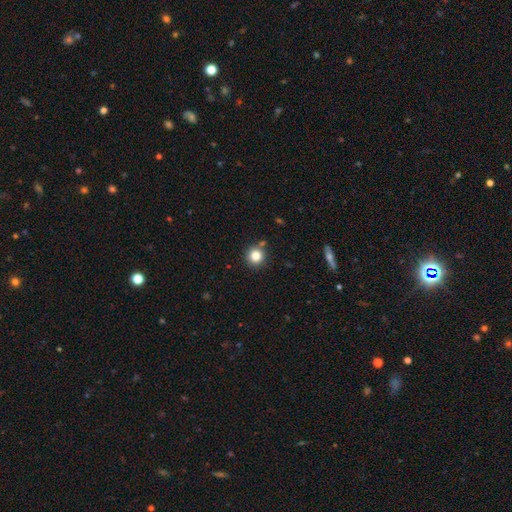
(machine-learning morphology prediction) Overall: smooth (83%). How rounded: round (94%). Merging: none (84%).